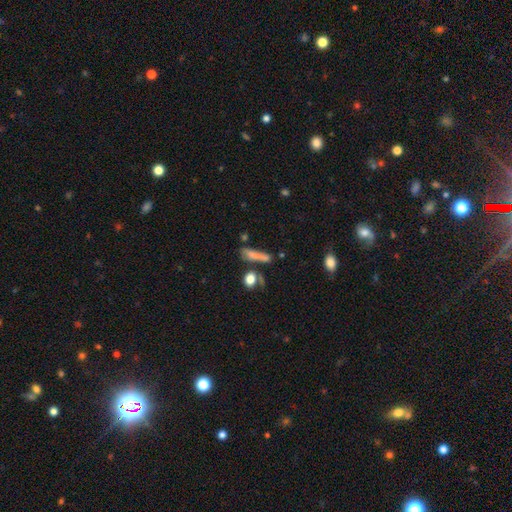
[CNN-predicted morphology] type=smooth (67%); roundness=cigar-shaped (71%); merging=none (49%).